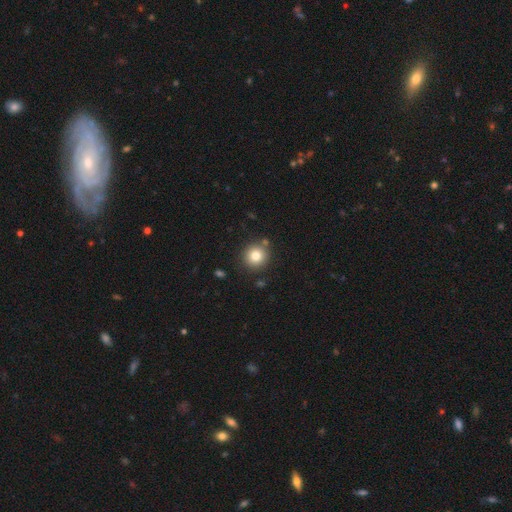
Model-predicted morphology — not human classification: Smooth or featured? smooth (80%)
How rounded? round (92%)
Merging? none (84%)